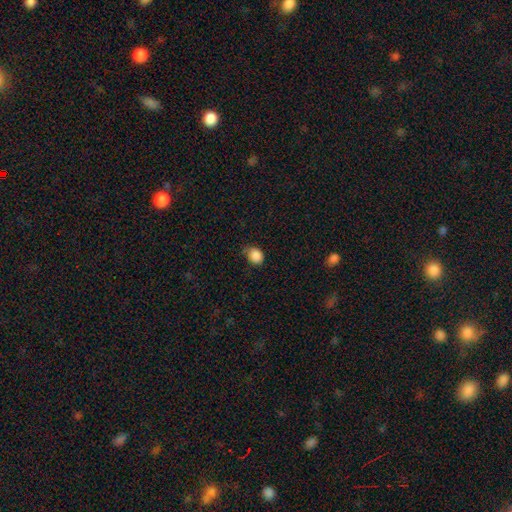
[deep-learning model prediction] smooth-or-featured: smooth: 87% | star or artifact: 9% | featured or disk: 3%
  how-rounded: round: 52% | in between: 47% | cigar-shaped: 1%
  merging: none: 64% | minor disturbance: 29% | major disturbance: 5% | merger: 2%